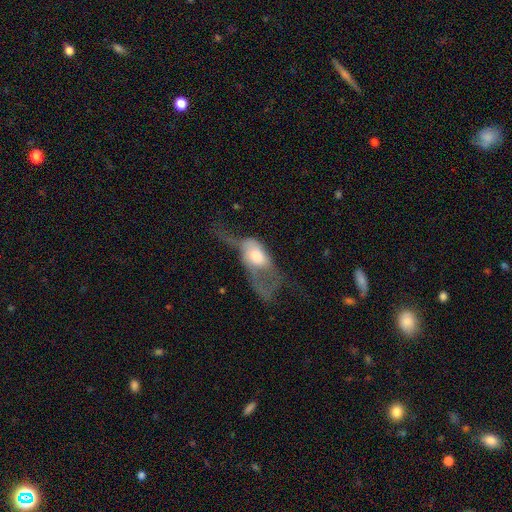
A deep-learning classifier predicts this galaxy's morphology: Smooth or featured: smooth — 47% (featured or disk — 46%)
Merging: major disturbance — 68% (minor disturbance — 13%)